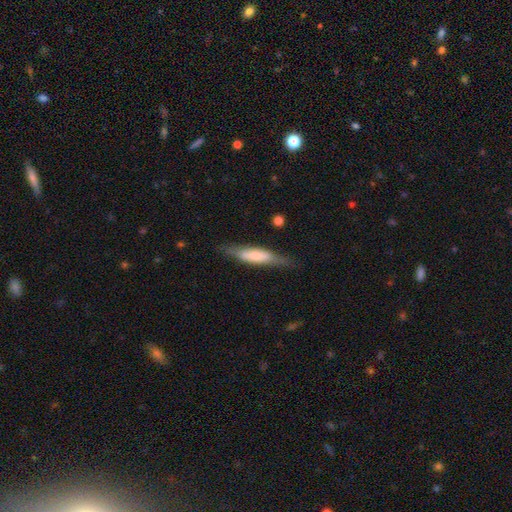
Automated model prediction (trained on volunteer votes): smooth_or_featured: smooth (p=0.56) [alt: featured or disk p=0.38]
how_rounded: cigar-shaped (p=0.77) [alt: in between p=0.21]
merging: none (p=0.75) [alt: minor disturbance p=0.17]